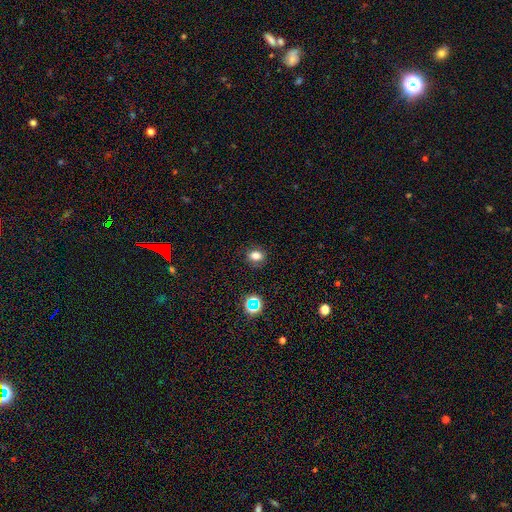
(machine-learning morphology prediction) Smooth or featured? smooth (76%)
How rounded? in between (51%)
Merging? none (85%)